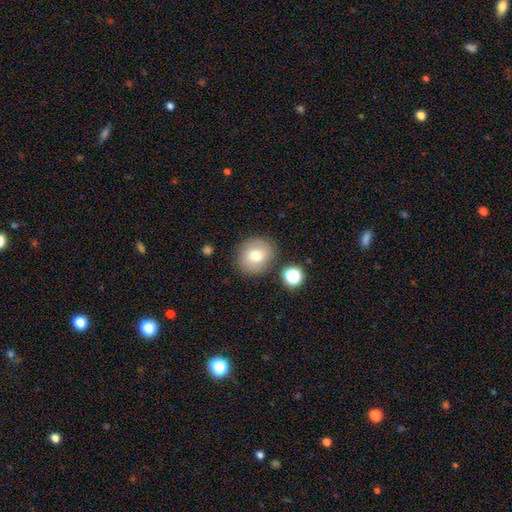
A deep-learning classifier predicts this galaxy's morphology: This is likely a smooth galaxy (71%). How rounded: likely round (80%). Merging: clearly none (80%).